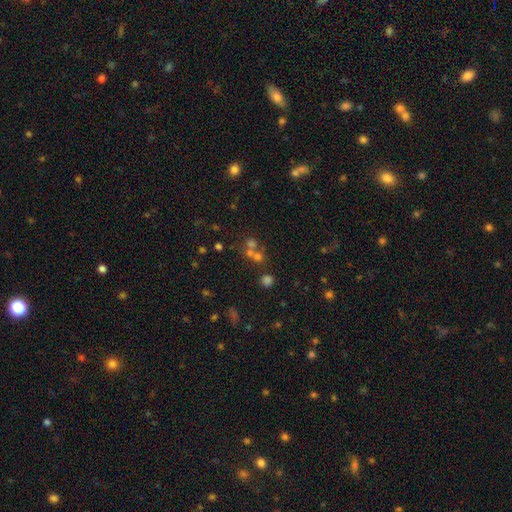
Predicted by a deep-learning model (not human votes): A star or artifact, not a galaxy (43%).